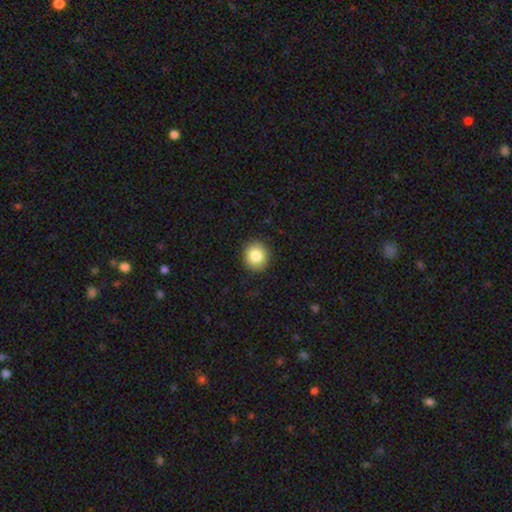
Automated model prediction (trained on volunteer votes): smooth 84%, star or artifact 9%, featured or disk 7%. Down the decision tree: how rounded — round (87%); merging — none (91%).